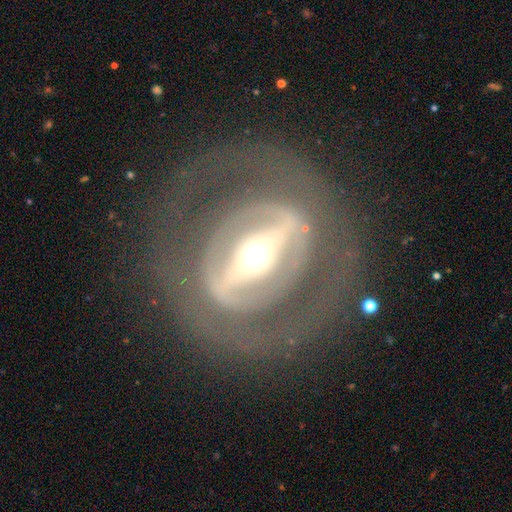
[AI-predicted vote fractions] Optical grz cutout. It shows a featured or disk galaxy (84%) with a strong bar (81%), no spiral arms (61%) and a moderate central bulge (64%). Merging: none (77%).